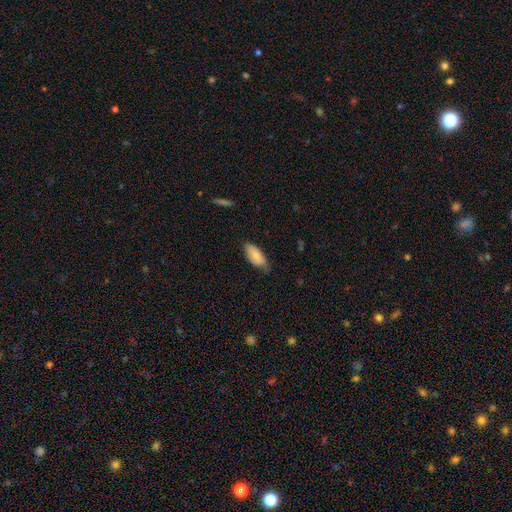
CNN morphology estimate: Q: Smooth or featured?
A: smooth (80%); runner-up: featured or disk (14%)
Q: How rounded?
A: in between (88%); runner-up: cigar-shaped (10%)
Q: Merging?
A: none (63%); runner-up: minor disturbance (31%)